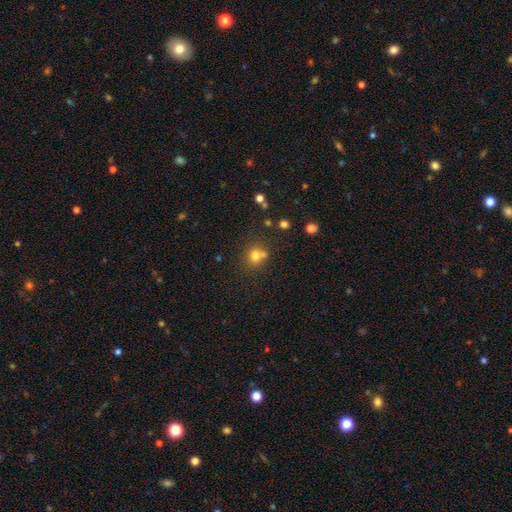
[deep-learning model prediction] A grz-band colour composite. It shows a smooth galaxy with no disk features (73%) that is round (82%). Merging: none (58%).